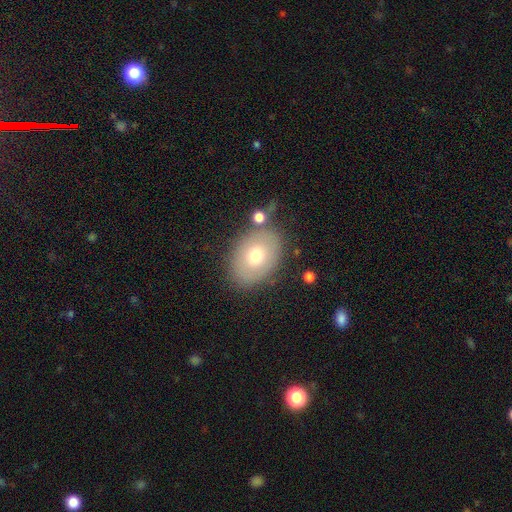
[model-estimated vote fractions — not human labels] Q: Smooth or featured?
A: smooth (66%); runner-up: featured or disk (25%)
Q: How rounded?
A: in between (74%); runner-up: round (25%)
Q: Merging?
A: none (76%); runner-up: minor disturbance (13%)